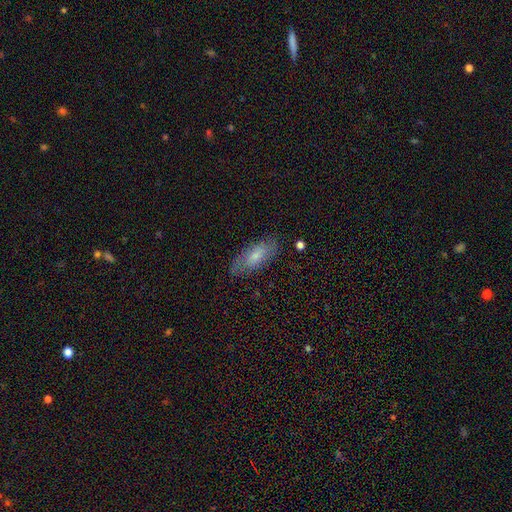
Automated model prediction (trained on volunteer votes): smooth 57%, featured or disk 35%, star or artifact 8%. Down the decision tree: how rounded — in between (82%); merging — none (77%).